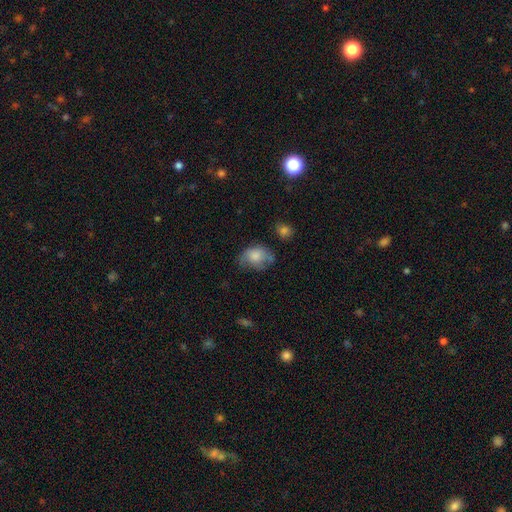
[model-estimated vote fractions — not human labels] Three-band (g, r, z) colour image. It shows a smooth galaxy with no disk features (72%) that is in between round and cigar-shaped (65%). Merging: none (43%).